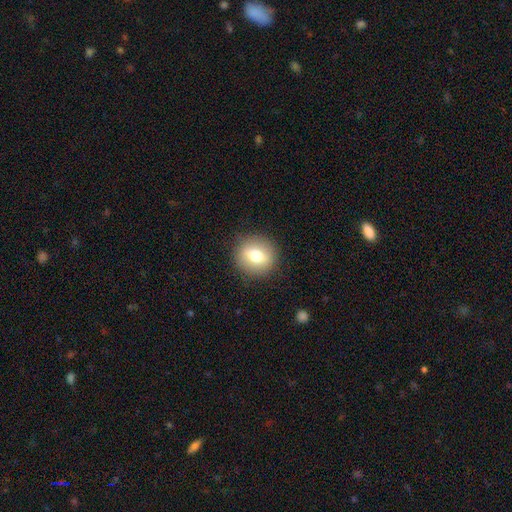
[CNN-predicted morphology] A smooth galaxy with no disk features (68%) that is round (83%). Merging: none (88%).